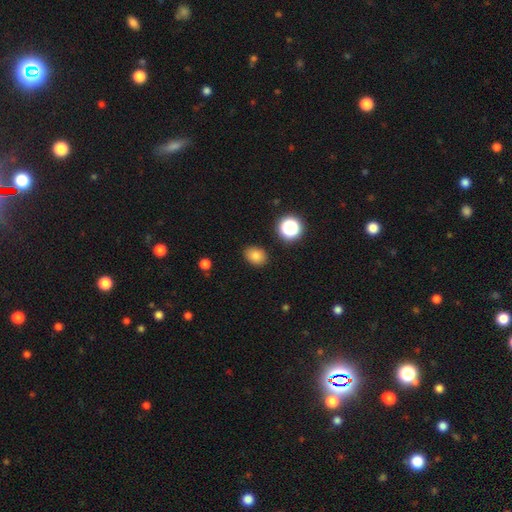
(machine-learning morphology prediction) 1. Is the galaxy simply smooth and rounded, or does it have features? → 82% smooth, 13% star or artifact, 6% featured or disk.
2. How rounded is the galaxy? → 58% in between, 41% round, 1% cigar-shaped.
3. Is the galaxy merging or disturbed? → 86% none, 10% minor disturbance, 2% major disturbance, 2% merger.